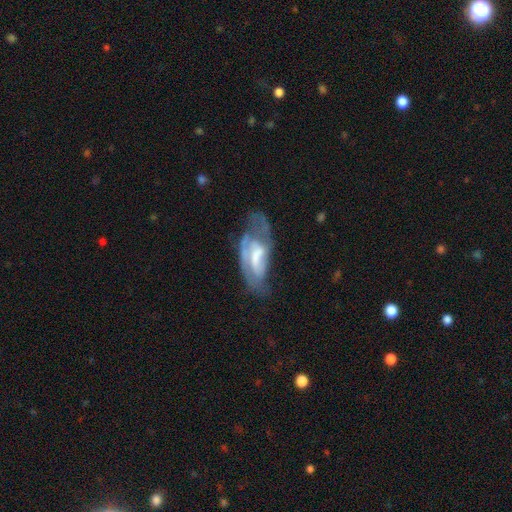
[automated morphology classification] Q: Smooth or featured?
A: featured or disk (65%); runner-up: smooth (27%)
Q: Edge-on disk?
A: no (89%); runner-up: yes (11%)
Q: Bar?
A: no (43%); runner-up: weak (38%)
Q: Spiral arms?
A: yes (63%); runner-up: no (37%)
Q: Bulge size?
A: moderate (36%); runner-up: none (23%)
Q: Merging?
A: none (34%); tied with: major disturbance (34%)